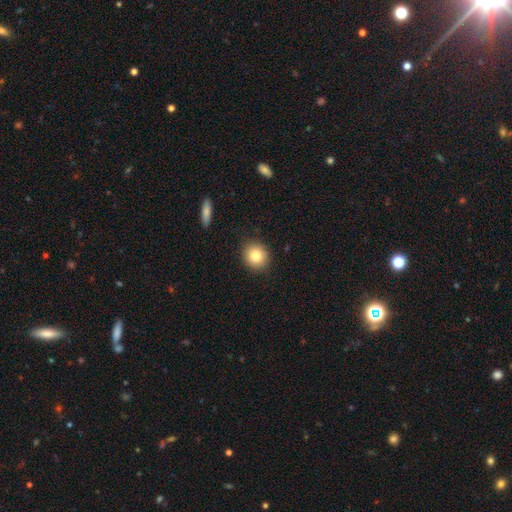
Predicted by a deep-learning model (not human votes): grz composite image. It shows a smooth galaxy with no disk features (82%) that is round (83%). Merging: none (89%).